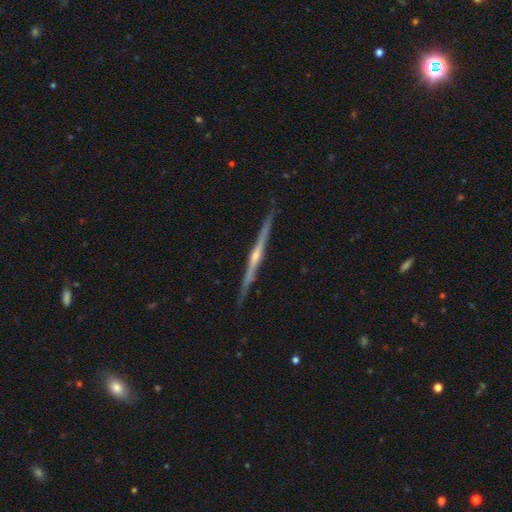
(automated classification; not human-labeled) A featured or disk galaxy (84%) viewed edge-on (98%) with a rounded central bulge (78%). Merging: none (90%).